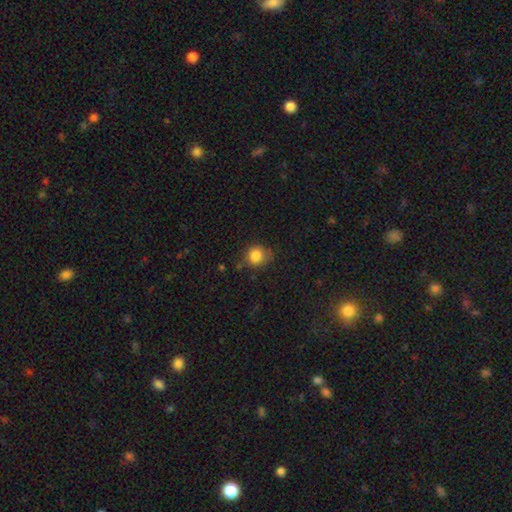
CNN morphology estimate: Smooth or featured?
  - smooth: 85% *
  - star or artifact: 10%
  - featured or disk: 5%
How rounded?
  - round: 79% *
  - in between: 20%
  - cigar-shaped: 1%
Merging?
  - none: 68% *
  - minor disturbance: 23%
  - major disturbance: 7%
  - merger: 3%